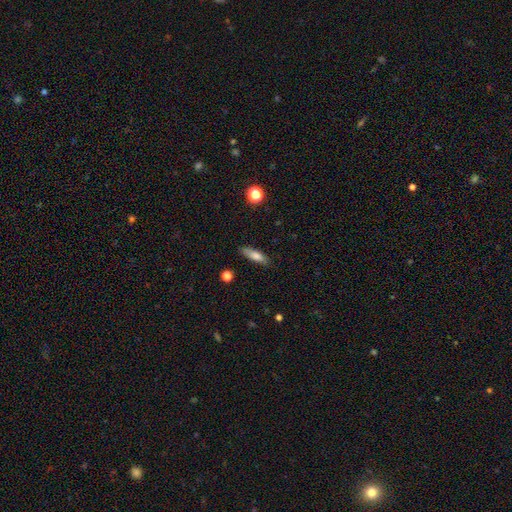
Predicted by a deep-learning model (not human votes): This appears to be a smooth galaxy with no disk features (75%) that is cigar-shaped (56%). Merging: none (81%).